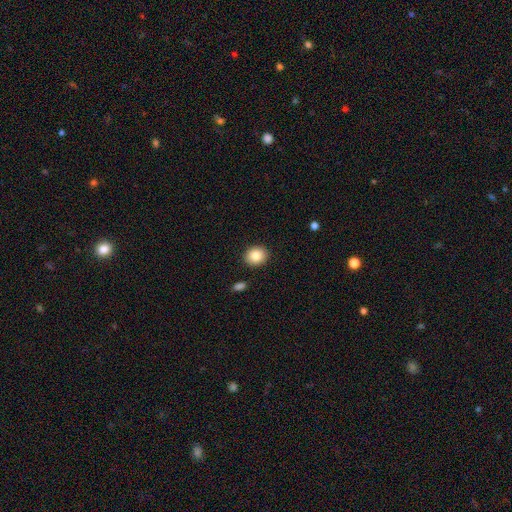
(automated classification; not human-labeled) smooth-or-featured: smooth: 86% | star or artifact: 8% | featured or disk: 6%
  how-rounded: round: 61% | in between: 38% | cigar-shaped: 1%
  merging: none: 90% | minor disturbance: 7% | major disturbance: 2% | merger: 2%